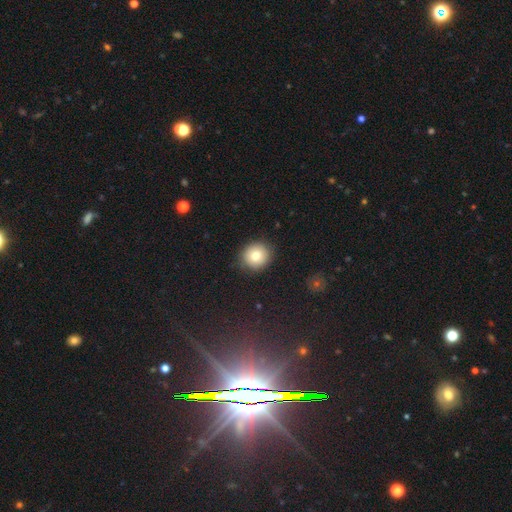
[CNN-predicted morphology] type=smooth (79%); roundness=round (88%); merging=none (88%).